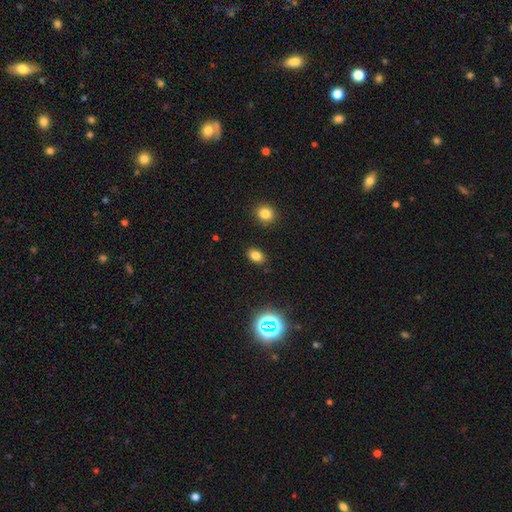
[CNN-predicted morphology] type=smooth (77%); roundness=in between (78%); merging=none (87%).